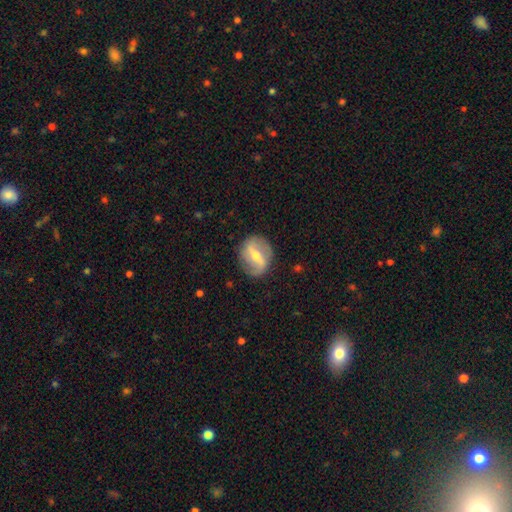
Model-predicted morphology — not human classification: featured or disk 72%, smooth 22%, star or artifact 6%. Down the decision tree: edge-on disk — no (93%); bar — strong (55%); spiral arms — yes (71%); bulge size — moderate (59%); merging — none (82%).